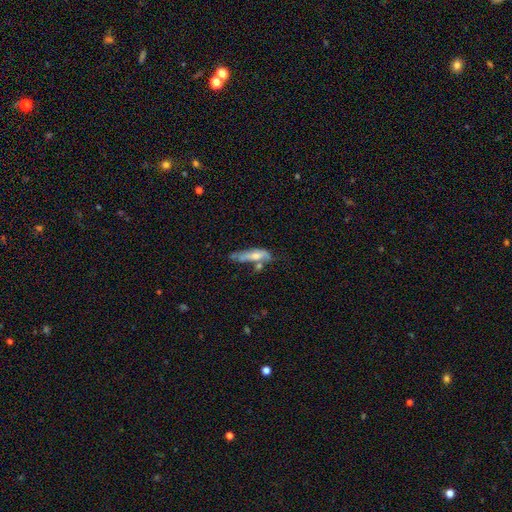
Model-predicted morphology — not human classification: Smooth or featured? Predicted: smooth (p=0.54). How rounded? Predicted: cigar-shaped (p=0.54). Merging? Predicted: merger (p=0.27, tied with none).